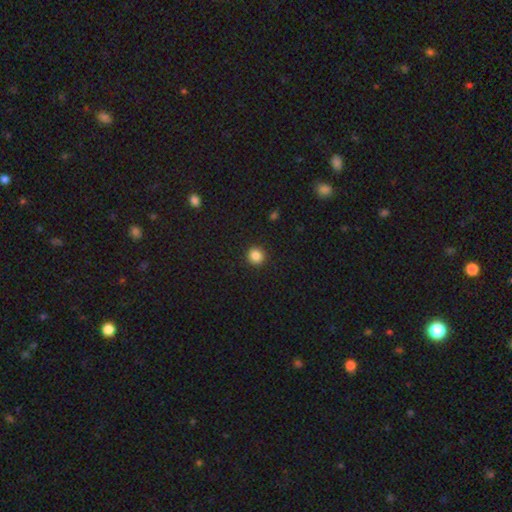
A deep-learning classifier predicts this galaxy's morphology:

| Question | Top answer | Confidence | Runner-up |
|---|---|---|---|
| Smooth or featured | smooth | 86% | star or artifact (11%) |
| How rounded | round | 94% | in between (5%) |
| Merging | none | 93% | minor disturbance (5%) |